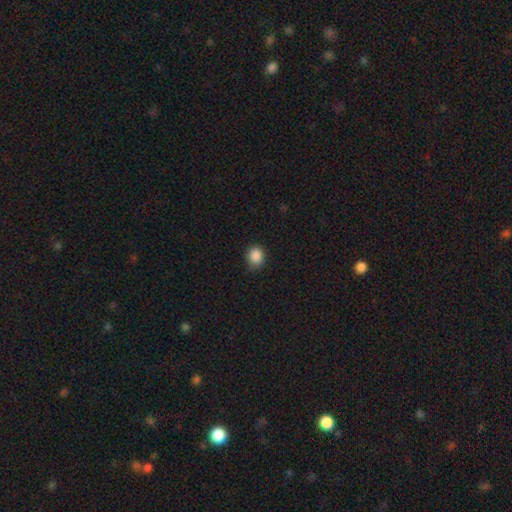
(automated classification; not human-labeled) Smooth or featured? Predicted: smooth (p=0.87). How rounded? Predicted: round (p=0.72). Merging? Predicted: none (p=0.82).